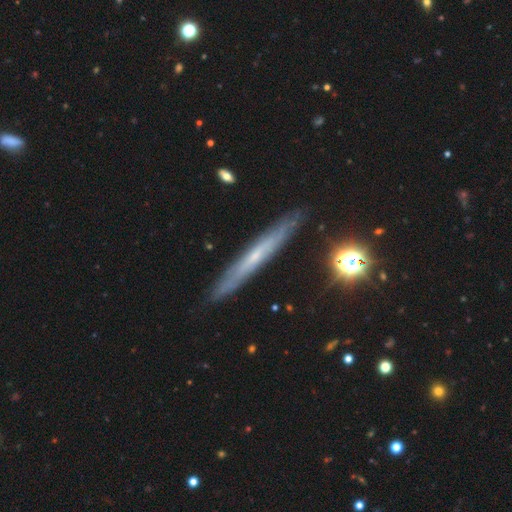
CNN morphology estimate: The model was most divided on "smooth or featured": featured or disk: 60%, smooth: 32%, star or artifact: 9%. More confident: edge-on disk — yes (89%); merging — none (88%); edge-on bulge — none (68%).